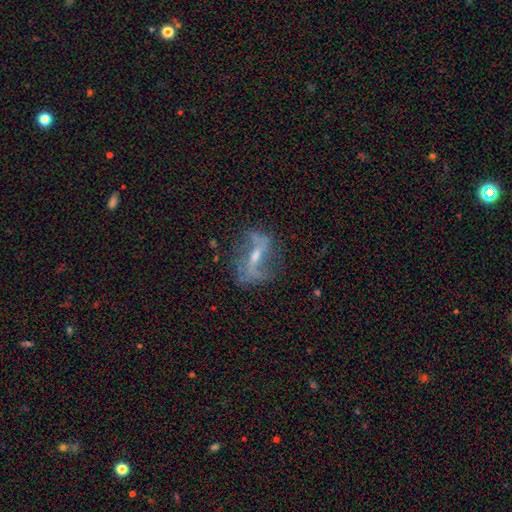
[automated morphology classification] Smooth or featured: featured or disk — 79% (smooth — 12%)
Edge-on disk: no — 90% (yes — 10%)
Bar: weak — 41% (strong — 39%)
Spiral arms: yes — 85% (no — 15%)
Spiral winding: loose — 71% (medium — 21%)
Spiral arm count: 2 — 83% (can't tell — 8%)
Bulge size: small — 48% (moderate — 41%)
Merging: none — 64% (minor disturbance — 19%)